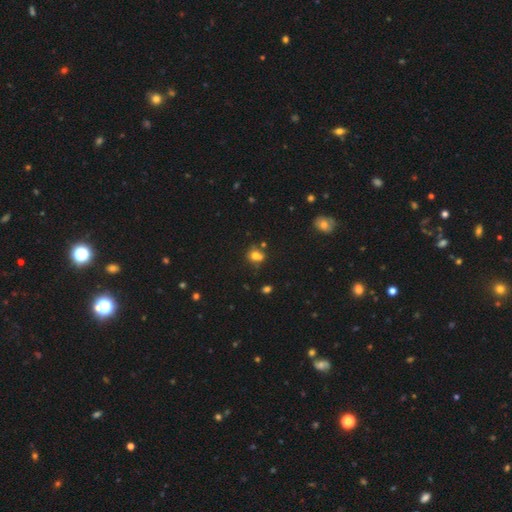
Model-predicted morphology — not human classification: The model was most divided on "merging": none: 48%, merger: 32%, minor disturbance: 14%, major disturbance: 5%. More confident: smooth or featured — smooth (70%); how rounded — round (70%).